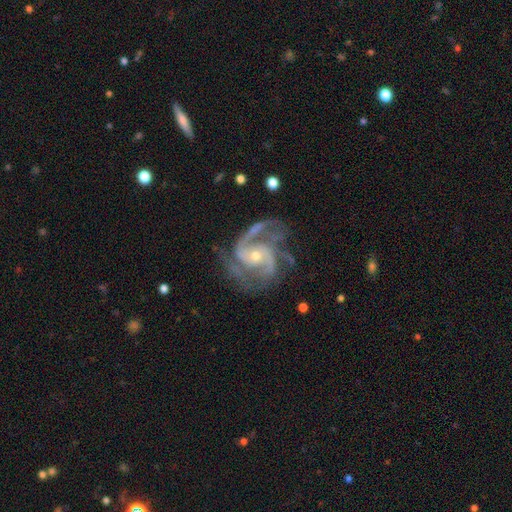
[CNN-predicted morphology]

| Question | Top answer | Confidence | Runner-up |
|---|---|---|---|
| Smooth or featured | featured or disk | 92% | star or artifact (5%) |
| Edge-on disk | no | 98% | yes (2%) |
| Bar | no | 58% | weak (30%) |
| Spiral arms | yes | 98% | no (2%) |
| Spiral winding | medium | 57% | tight (31%) |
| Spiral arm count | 2 | 47% | 3 (32%) |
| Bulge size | small | 63% | moderate (34%) |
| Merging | none | 65% | minor disturbance (19%) |